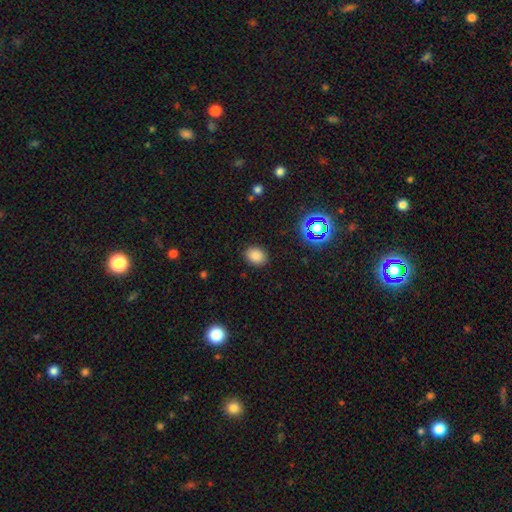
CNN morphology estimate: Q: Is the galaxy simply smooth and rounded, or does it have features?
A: smooth — 83%.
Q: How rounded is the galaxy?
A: in between — 62%.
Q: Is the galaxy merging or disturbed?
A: none — 88%.